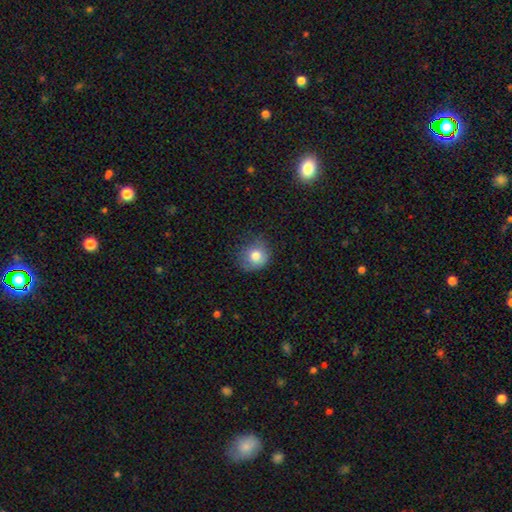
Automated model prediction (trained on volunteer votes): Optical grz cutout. It shows a smooth galaxy with no disk features (77%) that is round (78%). Merging: none (64%).